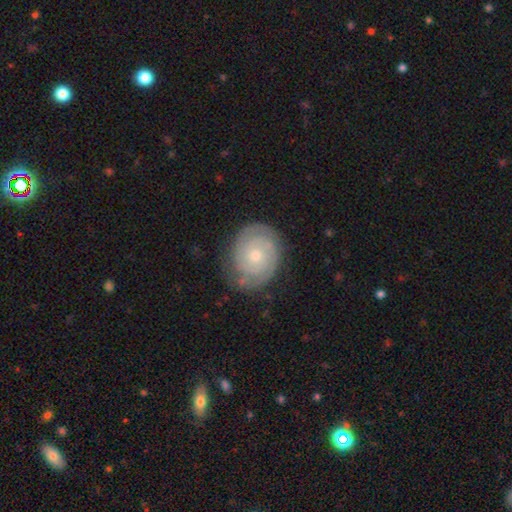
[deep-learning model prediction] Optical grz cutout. It shows a featured or disk galaxy (80%) with no bar (80%), 2 (53%) tight (80%) spiral arms (95%) and a small central bulge (59%). Merging: none (78%).